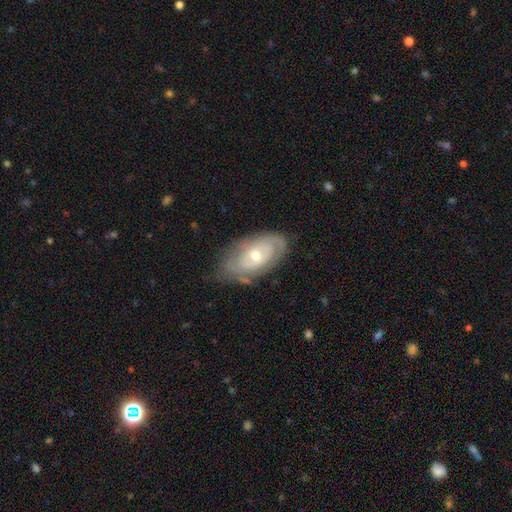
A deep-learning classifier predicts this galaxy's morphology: A featured or disk galaxy (70%) with no bar (75%), spiral arms (73%) and a moderate central bulge (52%). Merging: none (69%).